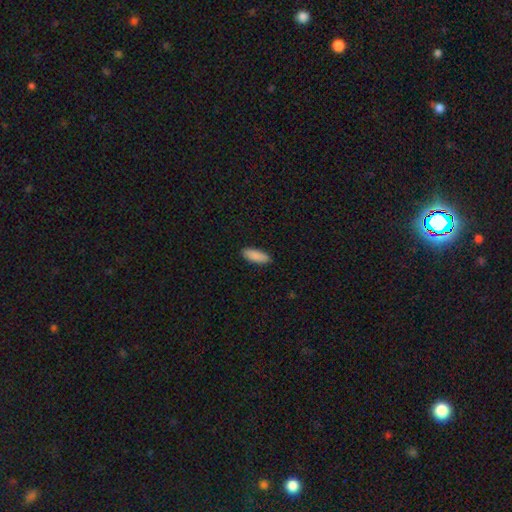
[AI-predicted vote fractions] Smooth or featured?
  - smooth: 90% *
  - star or artifact: 6%
  - featured or disk: 4%
How rounded?
  - in between: 71% *
  - cigar-shaped: 27%
  - round: 2%
Merging?
  - none: 89% *
  - minor disturbance: 8%
  - major disturbance: 2%
  - merger: 1%